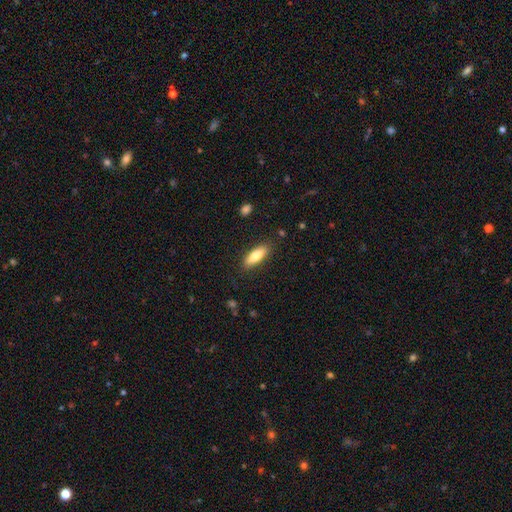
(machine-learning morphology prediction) Smooth or featured? Predicted: smooth (p=0.78). How rounded? Predicted: in between (p=0.59). Merging? Predicted: none (p=0.86).